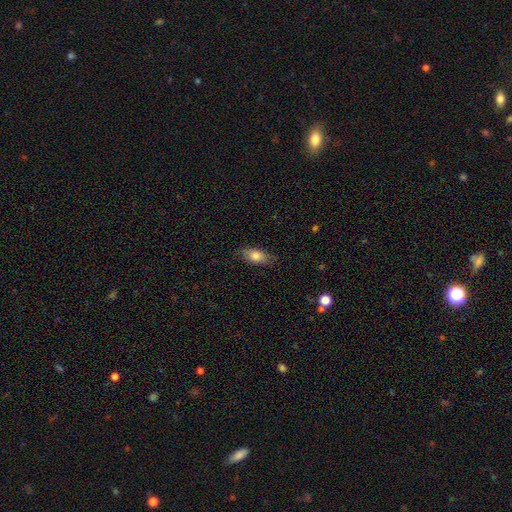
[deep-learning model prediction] Smooth or featured? Predicted: smooth (p=0.75). How rounded? Predicted: in between (p=0.80). Merging? Predicted: none (p=0.80).